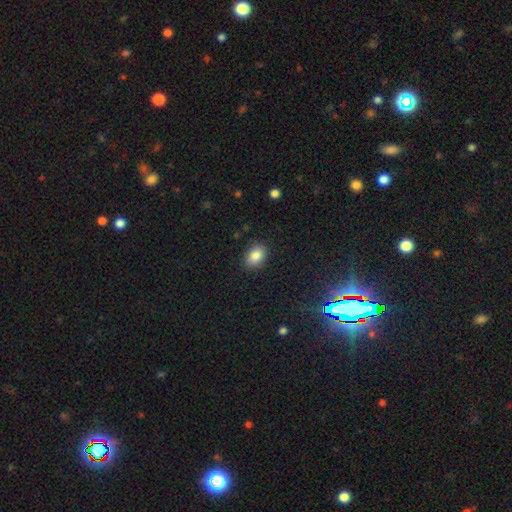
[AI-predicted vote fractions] Q: Smooth or featured?
A: smooth (86%); runner-up: star or artifact (9%)
Q: How rounded?
A: in between (83%); runner-up: round (16%)
Q: Merging?
A: none (85%); runner-up: minor disturbance (11%)